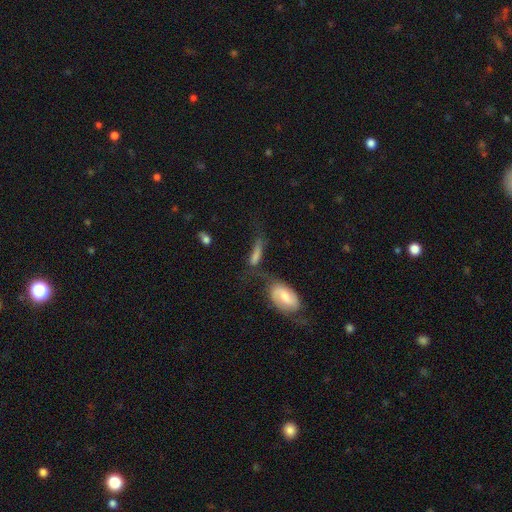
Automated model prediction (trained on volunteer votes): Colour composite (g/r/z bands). It shows a smooth galaxy with no disk features (53%) that is cigar-shaped (50%). Merging: none (32%).